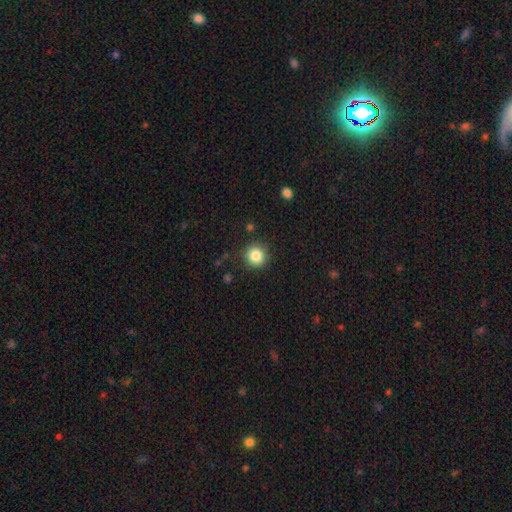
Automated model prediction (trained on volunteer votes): Morphology: type=smooth (85%); roundness=round (93%); merging=none (88%).